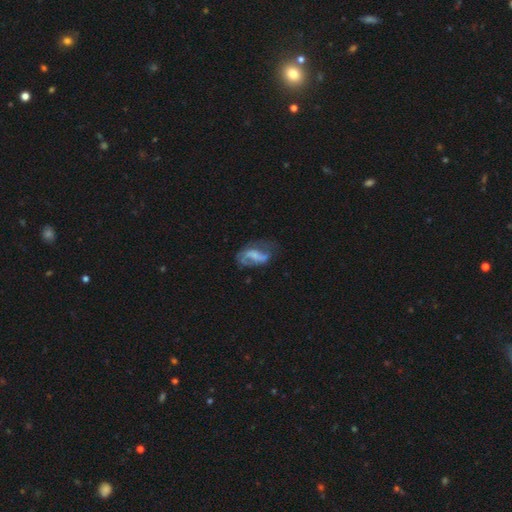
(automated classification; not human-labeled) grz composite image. It shows a featured or disk galaxy (65%) with a weak bar (40%), spiral arms (77%) and no central bulge (37%). Merging: none (44%).